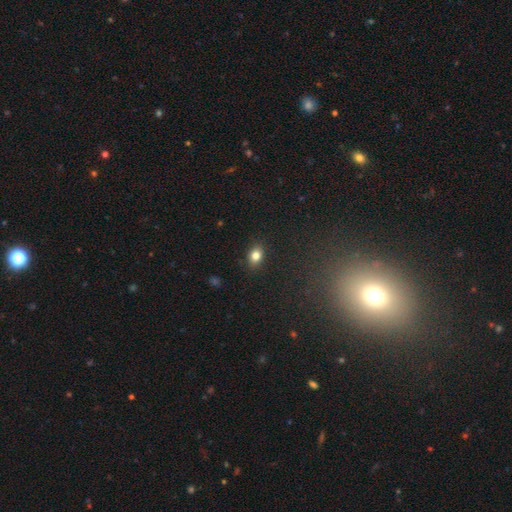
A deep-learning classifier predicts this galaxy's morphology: Smooth or featured?
  - smooth: 82% *
  - star or artifact: 11%
  - featured or disk: 8%
How rounded?
  - in between: 68% *
  - round: 31%
  - cigar-shaped: 1%
Merging?
  - none: 88% *
  - minor disturbance: 9%
  - major disturbance: 2%
  - merger: 1%